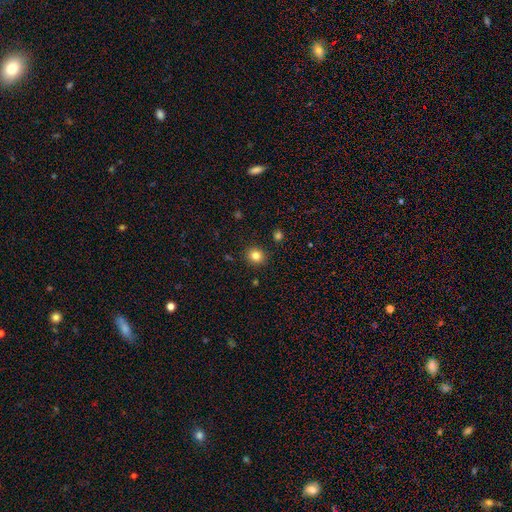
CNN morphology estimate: smooth-or-featured: smooth: 82% | star or artifact: 12% | featured or disk: 6%
  how-rounded: round: 85% | in between: 14% | cigar-shaped: 1%
  merging: none: 90% | minor disturbance: 6% | major disturbance: 2% | merger: 2%